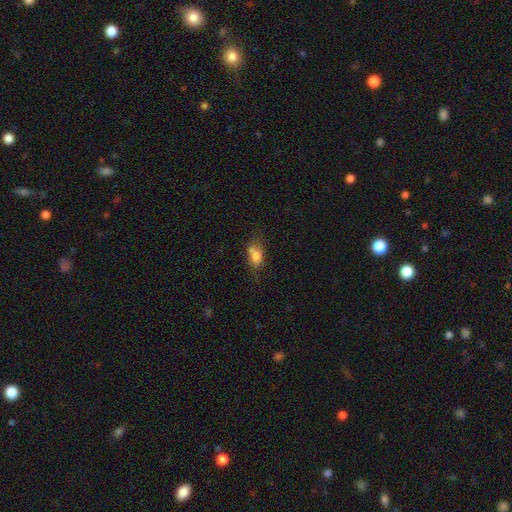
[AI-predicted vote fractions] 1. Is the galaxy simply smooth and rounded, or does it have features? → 73% smooth, 16% featured or disk, 11% star or artifact.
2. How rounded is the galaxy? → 75% in between, 20% round, 5% cigar-shaped.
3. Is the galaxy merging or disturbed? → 39% none, 32% merger, 19% minor disturbance, 10% major disturbance.